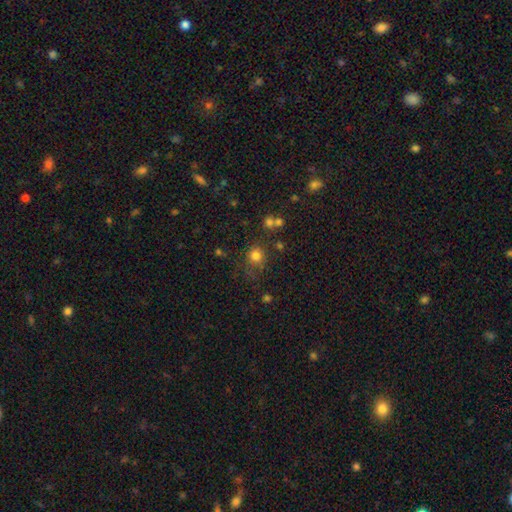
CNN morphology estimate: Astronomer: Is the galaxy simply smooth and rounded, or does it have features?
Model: smooth — 78%.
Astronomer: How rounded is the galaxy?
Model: round — 84%.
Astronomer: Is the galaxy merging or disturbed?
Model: none — 71%.